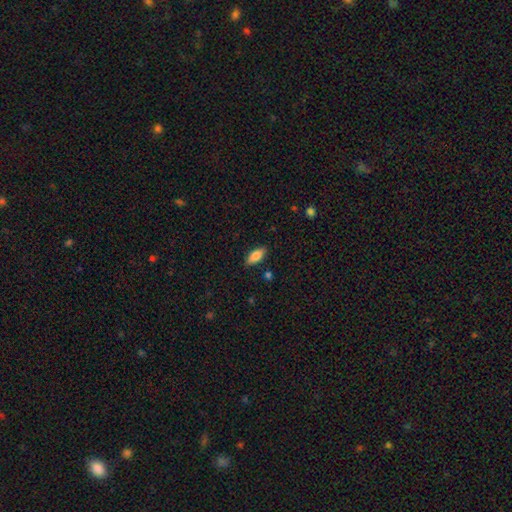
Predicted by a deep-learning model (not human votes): smooth-or-featured: smooth: 79% | featured or disk: 14% | star or artifact: 7%
  how-rounded: in between: 84% | cigar-shaped: 14% | round: 2%
  merging: none: 86% | minor disturbance: 10% | major disturbance: 2% | merger: 1%